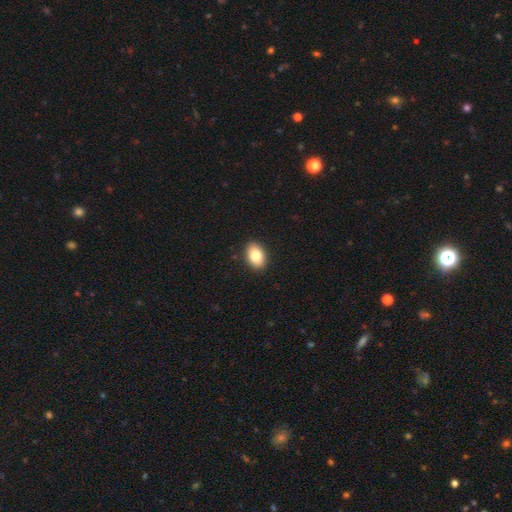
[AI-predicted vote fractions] Smooth or featured? smooth (81%)
How rounded? in between (85%)
Merging? none (90%)